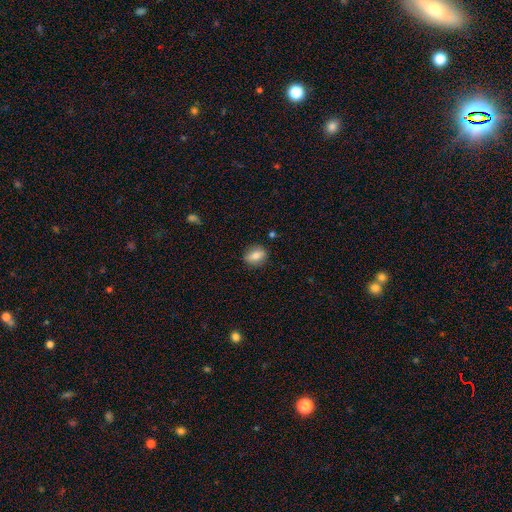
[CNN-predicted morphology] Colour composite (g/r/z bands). It shows a smooth galaxy with no disk features (77%) that is in between round and cigar-shaped (69%). Merging: none (85%).